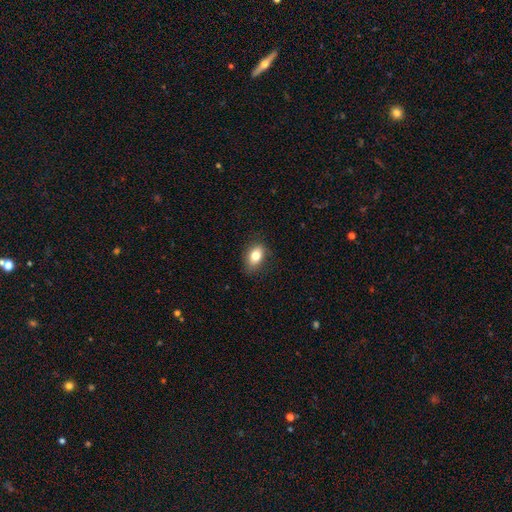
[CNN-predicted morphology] A smooth galaxy with no disk features (80%) that is in between round and cigar-shaped (84%). Merging: none (81%).